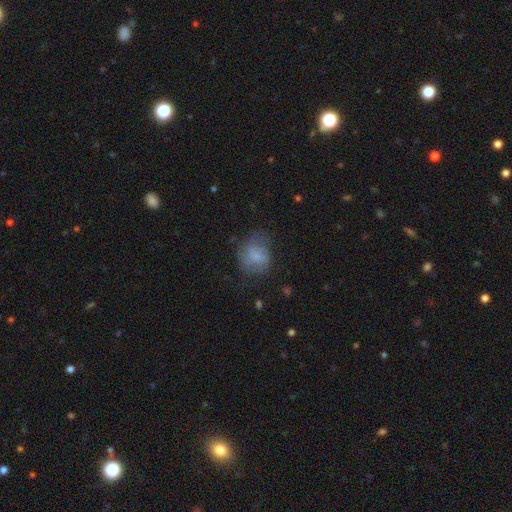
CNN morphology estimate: smooth_or_featured: smooth (p=0.67) [alt: featured or disk p=0.23]
how_rounded: round (p=0.57) [alt: in between p=0.42]
merging: none (p=0.51) [alt: minor disturbance p=0.28]